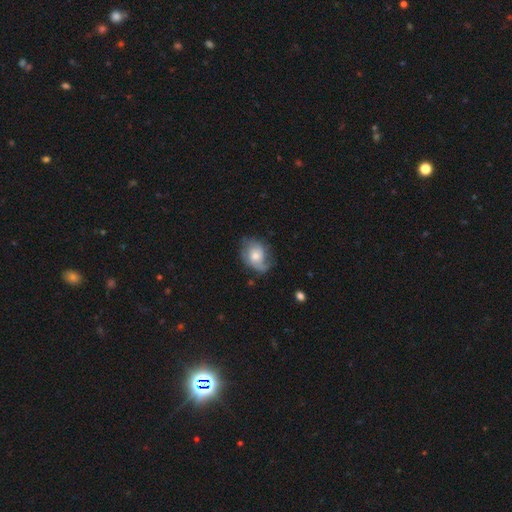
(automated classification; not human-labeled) A featured or disk galaxy (53%) with no bar (74%), spiral arms (77%) and a moderate central bulge (59%).

Vote fractions:
- Smooth or featured? featured or disk: 53% / smooth: 40% / star or artifact: 7%
- Edge-on disk? no: 96% / yes: 4%
- Bar? no: 74% / weak: 22% / strong: 3%
- Spiral arms? yes: 77% / no: 23%
- Bulge size? moderate: 59% / small: 24% / large: 13% / none: 3% / dominant: 2%
- Merging? none: 51% / minor disturbance: 30% / major disturbance: 17% / merger: 2%